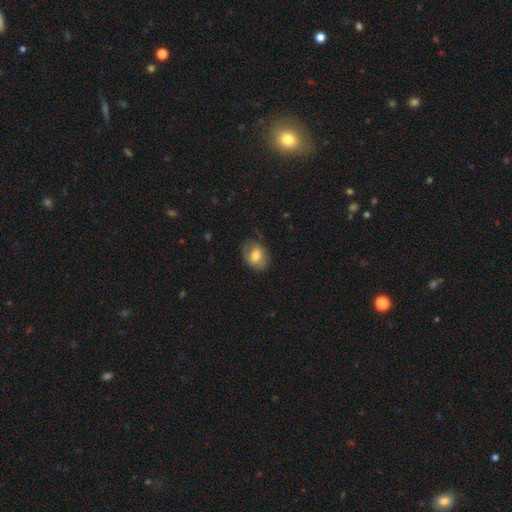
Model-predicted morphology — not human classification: A smooth galaxy with no disk features (67%) that is in between round and cigar-shaped (65%).

Vote fractions:
- Smooth or featured? smooth: 67% / featured or disk: 26% / star or artifact: 8%
- How rounded? in between: 65% / round: 34% / cigar-shaped: 1%
- Merging? none: 70% / minor disturbance: 21% / major disturbance: 7% / merger: 1%